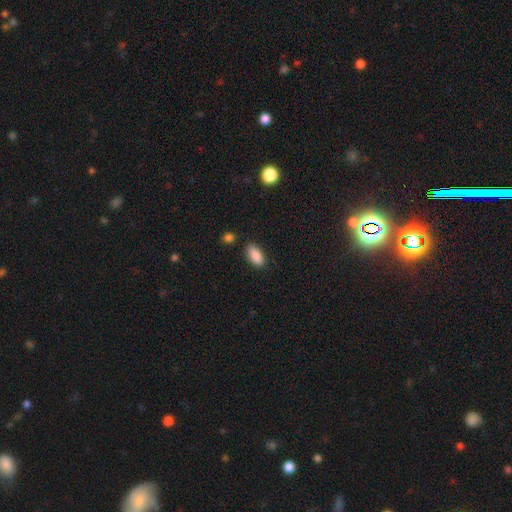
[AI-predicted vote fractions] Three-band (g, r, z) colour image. It shows a smooth galaxy with no disk features (89%) that is in between round and cigar-shaped (90%). Merging: none (82%).